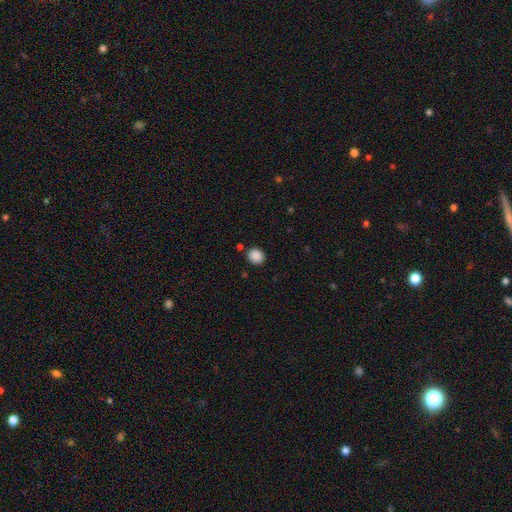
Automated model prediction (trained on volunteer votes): Overall: smooth (88%). How rounded: round (81%). Merging: none (86%).